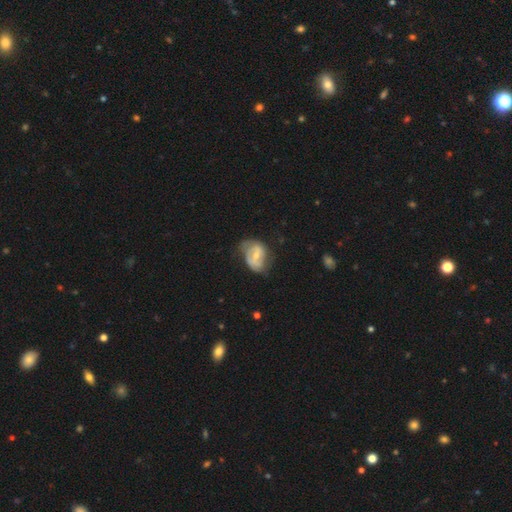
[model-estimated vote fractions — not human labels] Smooth or featured? Predicted: featured or disk (p=0.59). Edge-on disk? Predicted: no (p=0.96). Bar? Predicted: weak (p=0.47). Spiral arms? Predicted: yes (p=0.67). Bulge size? Predicted: moderate (p=0.47). Merging? Predicted: none (p=0.48).